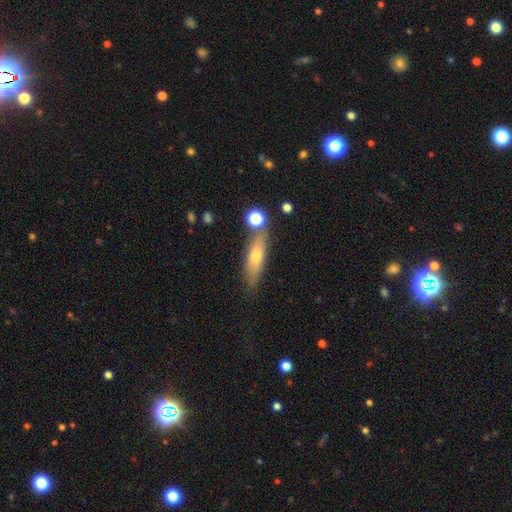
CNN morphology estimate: Smooth or featured? smooth (59%)
How rounded? cigar-shaped (59%)
Merging? none (71%)